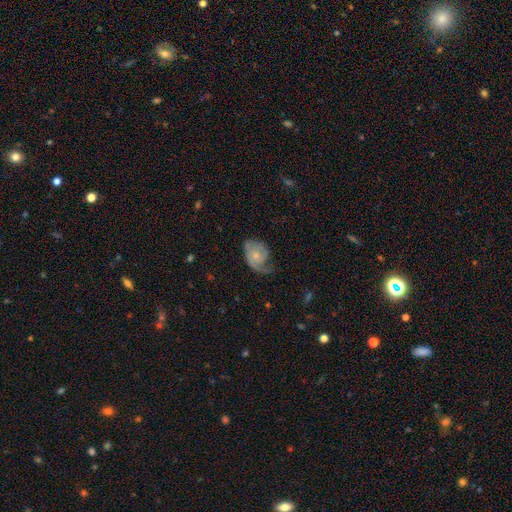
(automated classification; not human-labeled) smooth-or-featured: featured or disk: 69% | smooth: 25% | star or artifact: 6%
  disk-edge-on: no: 97% | yes: 3%
    bar: no: 75% | weak: 22% | strong: 3%
    has-spiral-arms: yes: 88% | no: 12%
      spiral-winding: medium: 40% | tight: 30% | loose: 29%
      spiral-arm-count: 2: 43% | 1: 37% | can't tell: 12% | 3: 5% | 4: 2% | more than 4: 2%
    bulge-size: small: 58% | moderate: 32% | none: 6% | large: 2% | dominant: 1%
  merging: none: 37% | minor disturbance: 31% | major disturbance: 30% | merger: 2%